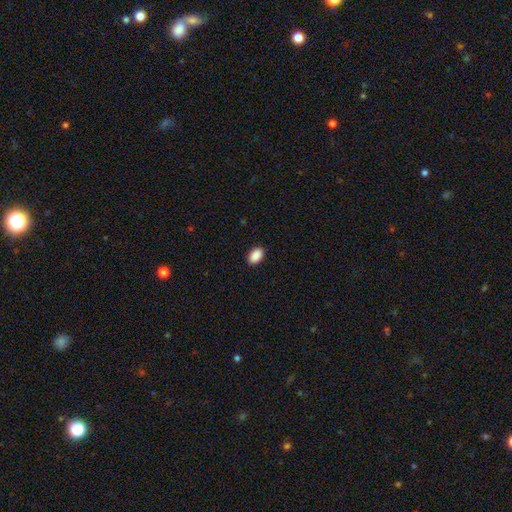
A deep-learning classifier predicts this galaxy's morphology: type=smooth (91%); roundness=in between (90%); merging=none (90%).